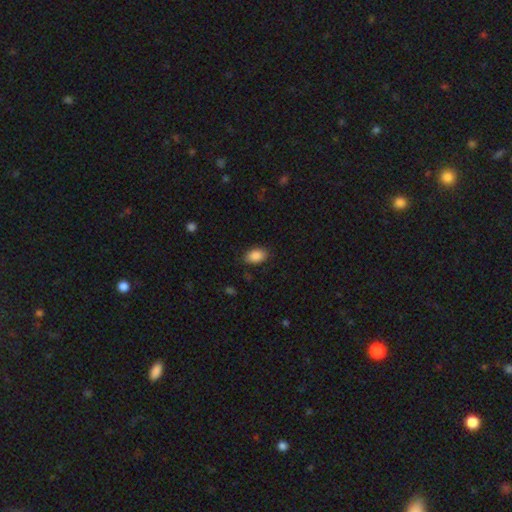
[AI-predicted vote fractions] Morphology: type=smooth (88%); roundness=in between (90%); merging=none (86%).